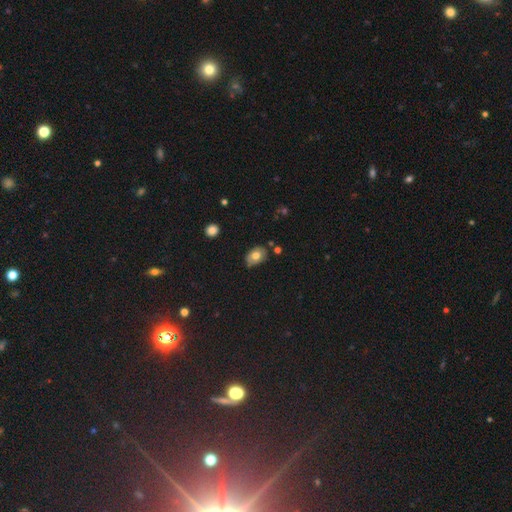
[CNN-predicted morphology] Q: Smooth or featured?
A: smooth (71%); runner-up: featured or disk (20%)
Q: How rounded?
A: in between (83%); runner-up: round (16%)
Q: Merging?
A: none (73%); runner-up: minor disturbance (20%)